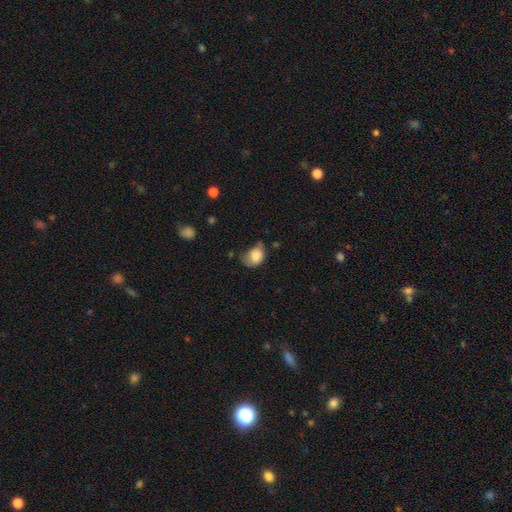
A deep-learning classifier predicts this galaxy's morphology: Smooth or featured?
  - smooth: 81% *
  - featured or disk: 11%
  - star or artifact: 8%
How rounded?
  - in between: 58% *
  - round: 41%
  - cigar-shaped: 1%
Merging?
  - minor disturbance: 42% *
  - none: 30%
  - major disturbance: 23%
  - merger: 4%